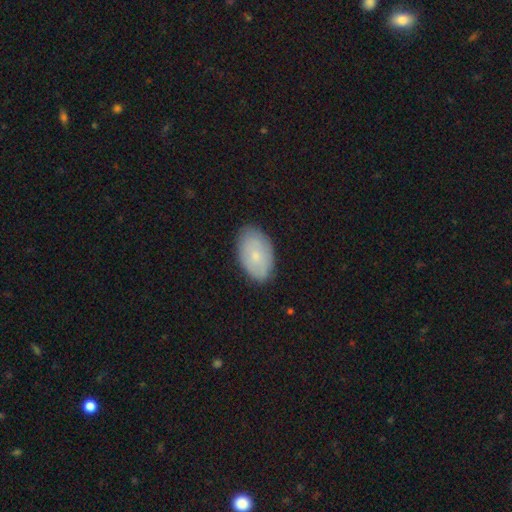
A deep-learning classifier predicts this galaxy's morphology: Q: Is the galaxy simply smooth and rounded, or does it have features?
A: smooth — 70%.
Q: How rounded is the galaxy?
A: in between — 92%.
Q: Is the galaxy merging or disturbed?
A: none — 84%.